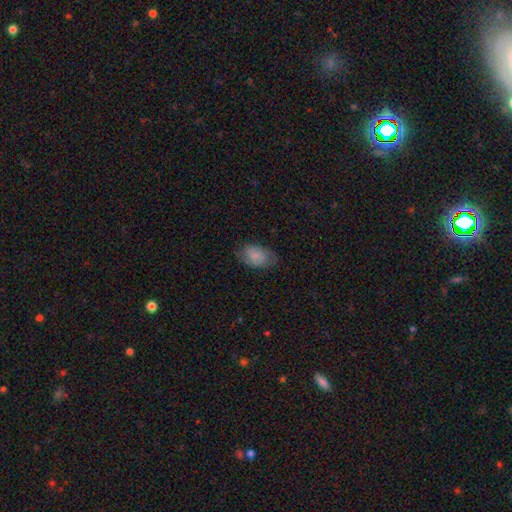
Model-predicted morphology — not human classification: Smooth or featured? smooth (78%)
How rounded? in between (90%)
Merging? none (72%)